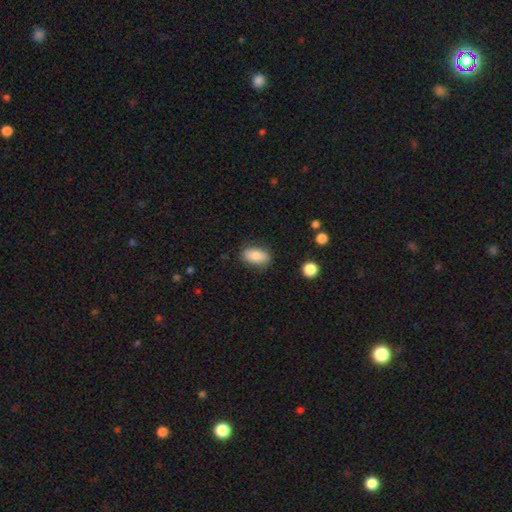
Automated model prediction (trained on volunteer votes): Morphology: type=smooth (84%); roundness=in between (91%); merging=none (82%).